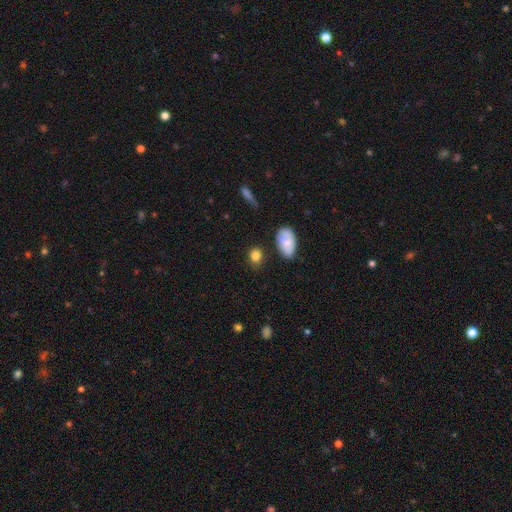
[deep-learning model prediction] This is clearly a smooth galaxy (82%). How rounded: possibly in between (55%). Merging: likely none (77%).